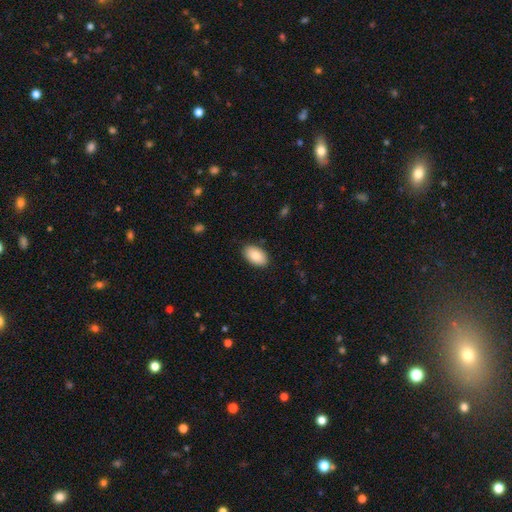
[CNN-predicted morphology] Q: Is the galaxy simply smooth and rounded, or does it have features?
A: smooth — 85%.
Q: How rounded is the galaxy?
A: in between — 94%.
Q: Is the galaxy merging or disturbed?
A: none — 88%.